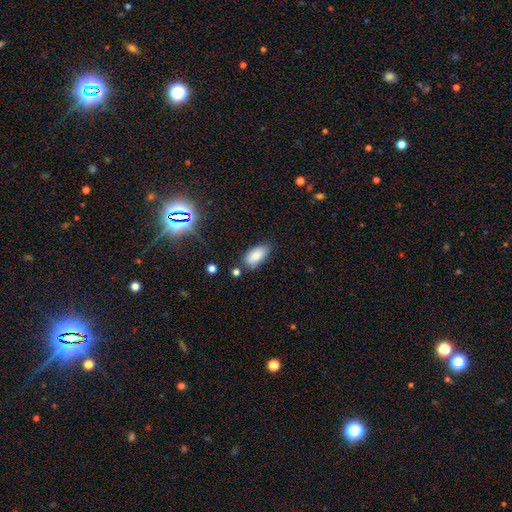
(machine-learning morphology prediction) Q: Smooth or featured?
A: smooth (85%); runner-up: star or artifact (9%)
Q: How rounded?
A: in between (91%); runner-up: cigar-shaped (6%)
Q: Merging?
A: none (69%); runner-up: minor disturbance (22%)